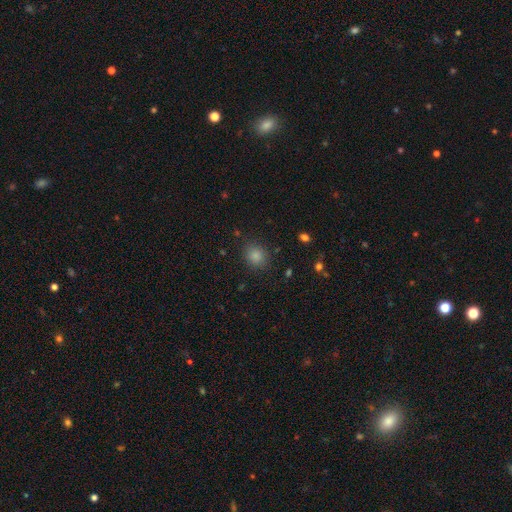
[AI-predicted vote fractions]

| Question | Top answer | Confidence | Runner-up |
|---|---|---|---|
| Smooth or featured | smooth | 84% | star or artifact (12%) |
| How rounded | round | 74% | in between (25%) |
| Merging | none | 86% | minor disturbance (9%) |